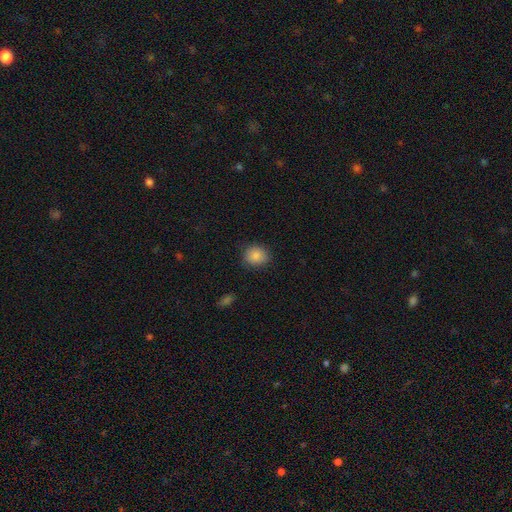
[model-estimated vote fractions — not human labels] Q: Smooth or featured?
A: smooth (86%); runner-up: star or artifact (9%)
Q: How rounded?
A: round (74%); runner-up: in between (25%)
Q: Merging?
A: none (84%); runner-up: minor disturbance (12%)